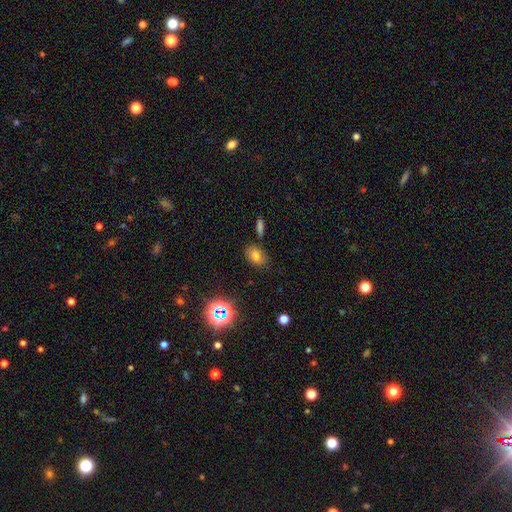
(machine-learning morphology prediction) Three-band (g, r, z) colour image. It shows a smooth galaxy with no disk features (71%) that is in between round and cigar-shaped (74%). Merging: none (77%).